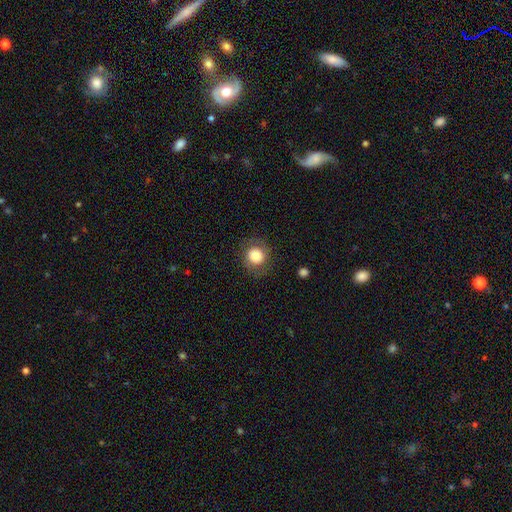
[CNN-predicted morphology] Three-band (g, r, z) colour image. It shows a smooth galaxy with no disk features (76%) that is round (84%). Merging: none (80%).